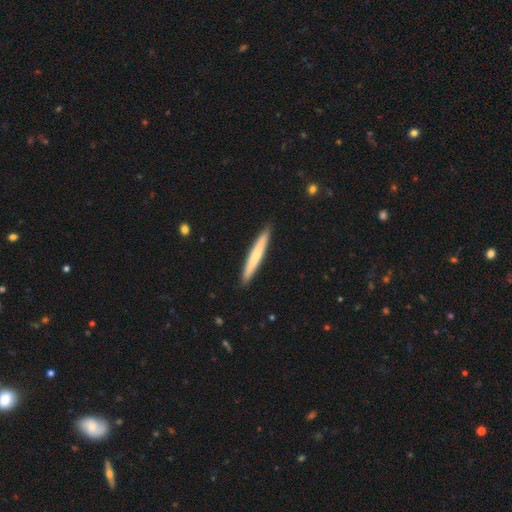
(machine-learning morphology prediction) The model was most divided on "smooth or featured": smooth: 62%, featured or disk: 33%, star or artifact: 5%. More confident: how rounded — cigar-shaped (96%); merging — none (91%).